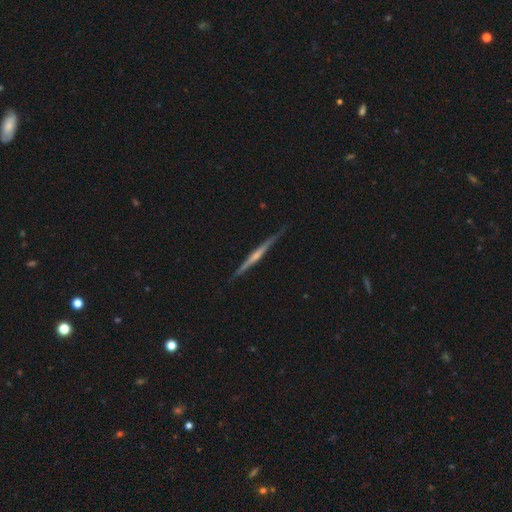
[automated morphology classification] featured or disk 76%, smooth 18%, star or artifact 6%. Down the decision tree: edge-on disk — yes (98%); edge-on bulge — rounded (62%); merging — none (86%).